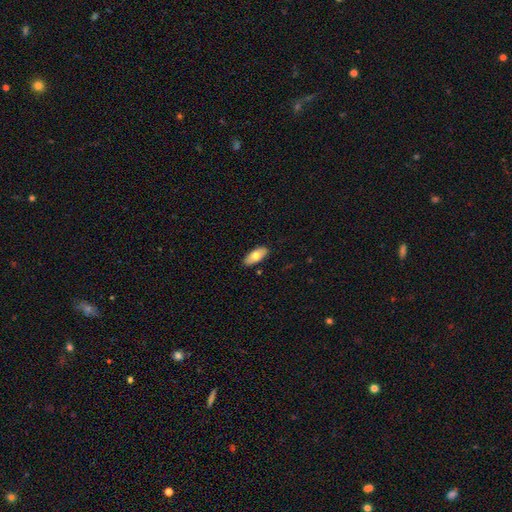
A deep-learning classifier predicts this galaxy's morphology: Overall: smooth (72%). How rounded: in between (89%). Merging: none (88%).